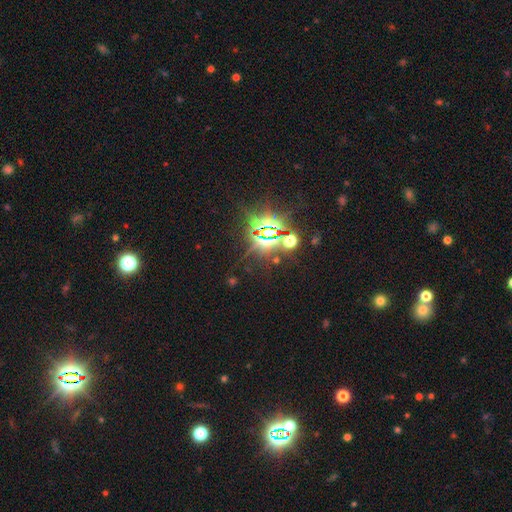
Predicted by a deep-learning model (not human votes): star or artifact 83%, smooth 11%, featured or disk 7%.